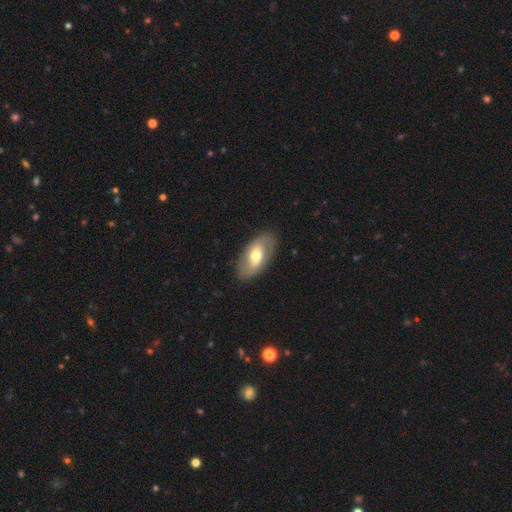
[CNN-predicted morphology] Overall: featured or disk (49%; smooth 45%). Merging: none (83%).